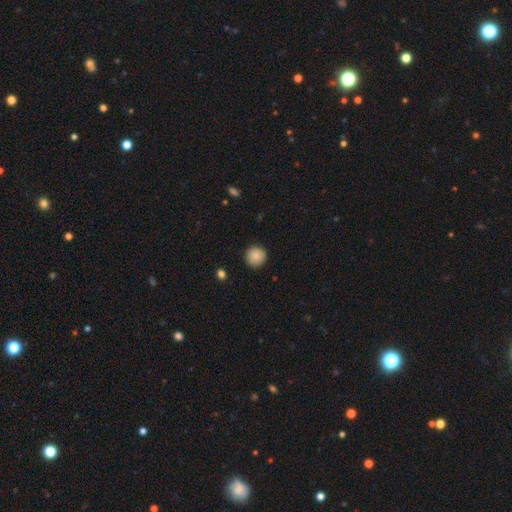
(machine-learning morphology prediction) This is clearly a smooth galaxy (88%). How rounded: clearly round (95%). Merging: clearly none (91%).